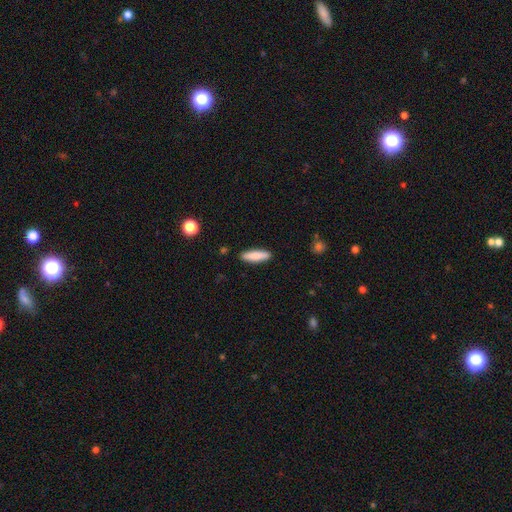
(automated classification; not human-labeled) A smooth galaxy with no disk features (85%) that is cigar-shaped (66%).

Vote fractions:
- Smooth or featured? smooth: 85% / featured or disk: 9% / star or artifact: 6%
- How rounded? cigar-shaped: 66% / in between: 33% / round: 2%
- Merging? none: 89% / minor disturbance: 8% / major disturbance: 2% / merger: 1%